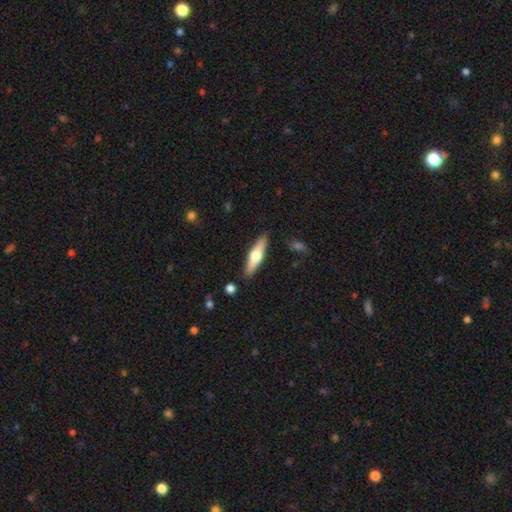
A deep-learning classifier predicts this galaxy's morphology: Smooth or featured: featured or disk — 49% (smooth — 45%)
Merging: none — 88% (minor disturbance — 8%)